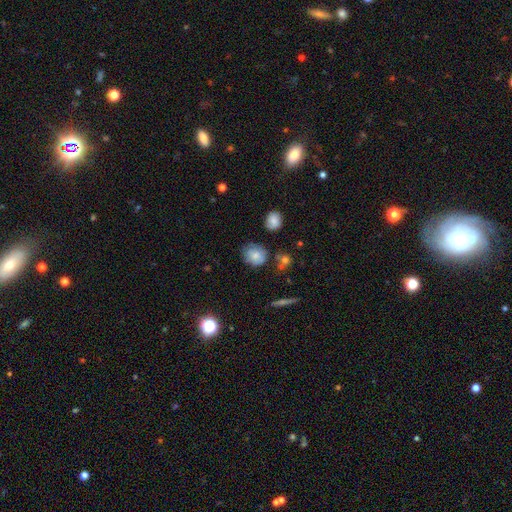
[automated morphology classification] The model was most divided on "how rounded": round: 69%, in between: 30%, cigar-shaped: 1%. More confident: smooth or featured — smooth (74%); merging — none (65%).